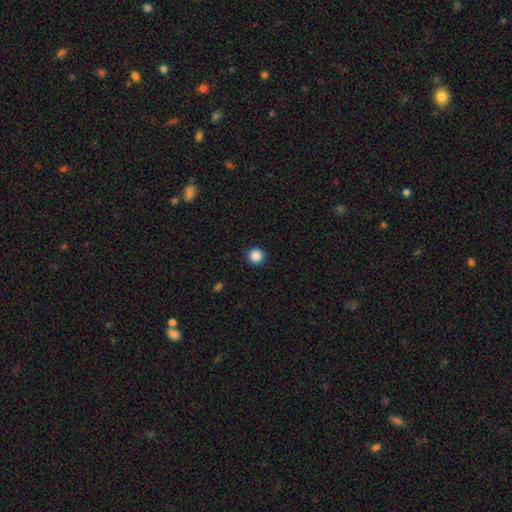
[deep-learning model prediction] This is clearly a smooth galaxy (88%). How rounded: clearly round (96%). Merging: clearly none (93%).